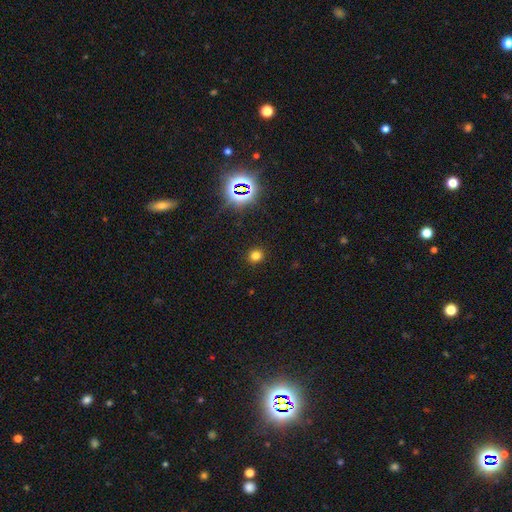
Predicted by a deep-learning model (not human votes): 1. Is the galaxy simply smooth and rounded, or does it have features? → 74% smooth, 20% star or artifact, 5% featured or disk.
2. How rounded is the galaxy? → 78% round, 21% in between, 1% cigar-shaped.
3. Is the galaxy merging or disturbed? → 90% none, 6% minor disturbance, 2% major disturbance, 1% merger.